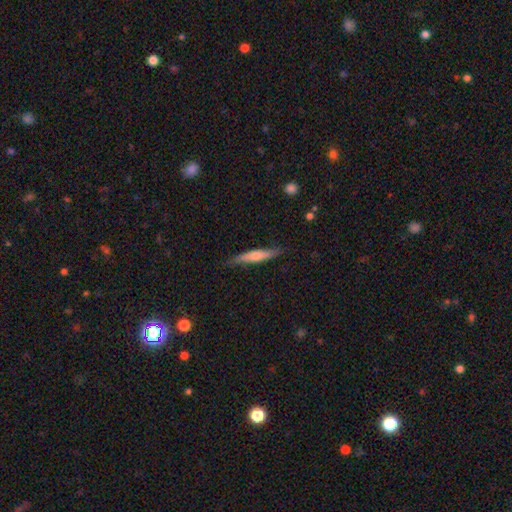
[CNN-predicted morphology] Smooth or featured? smooth (52%)
How rounded? cigar-shaped (90%)
Merging? none (81%)